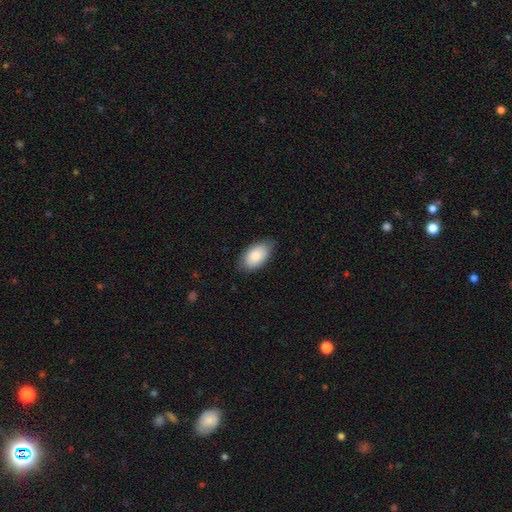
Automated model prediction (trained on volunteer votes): The model was most divided on "merging": none: 78%, minor disturbance: 18%, major disturbance: 3%, merger: 1%. More confident: how rounded — in between (94%); smooth or featured — smooth (84%).